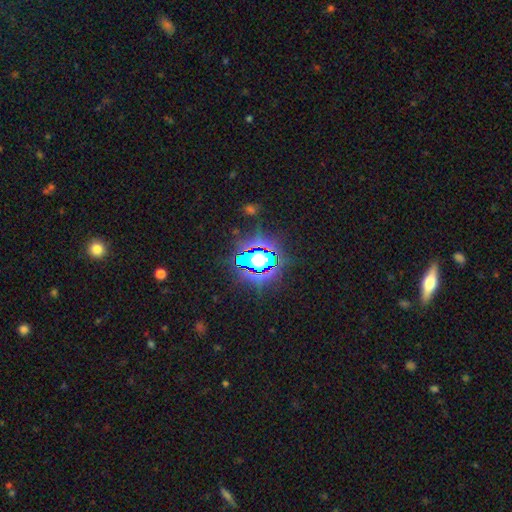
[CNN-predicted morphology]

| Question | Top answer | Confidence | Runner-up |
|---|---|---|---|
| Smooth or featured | star or artifact | 67% | smooth (20%) |